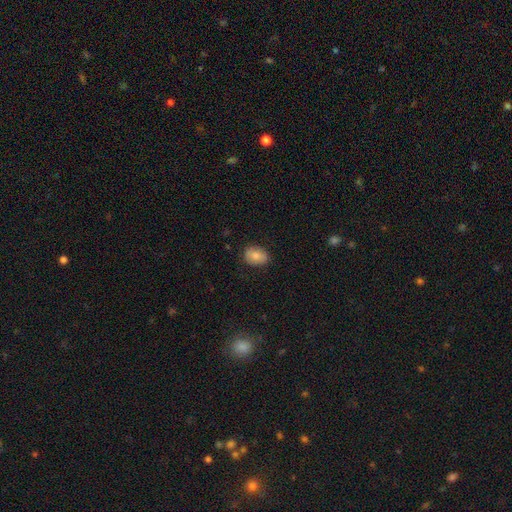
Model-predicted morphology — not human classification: This is clearly a smooth galaxy (83%). How rounded: likely in between (73%). Merging: clearly none (83%).